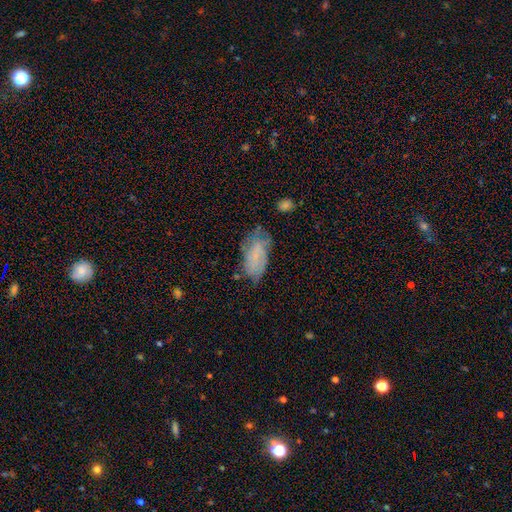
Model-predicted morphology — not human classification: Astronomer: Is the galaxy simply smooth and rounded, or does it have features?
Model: smooth — 56% (runner-up: featured or disk, 34%).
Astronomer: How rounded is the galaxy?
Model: in between — 91%.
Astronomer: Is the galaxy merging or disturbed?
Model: none — 51% (runner-up: minor disturbance, 32%).